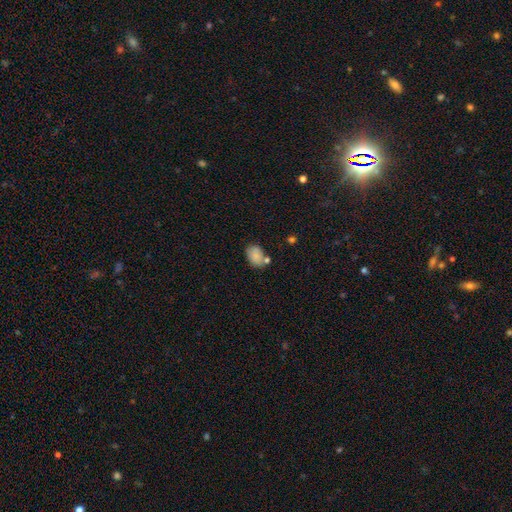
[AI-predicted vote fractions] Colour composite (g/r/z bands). It shows a smooth galaxy with no disk features (85%) that is in between round and cigar-shaped (79%). Merging: none (61%).